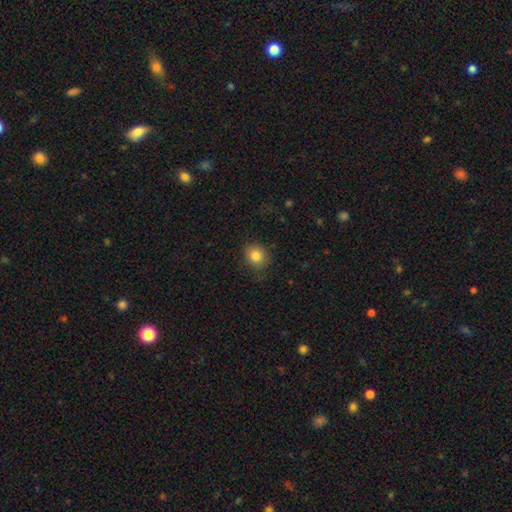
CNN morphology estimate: This is clearly a smooth galaxy (83%). How rounded: likely round (79%). Merging: clearly none (85%).